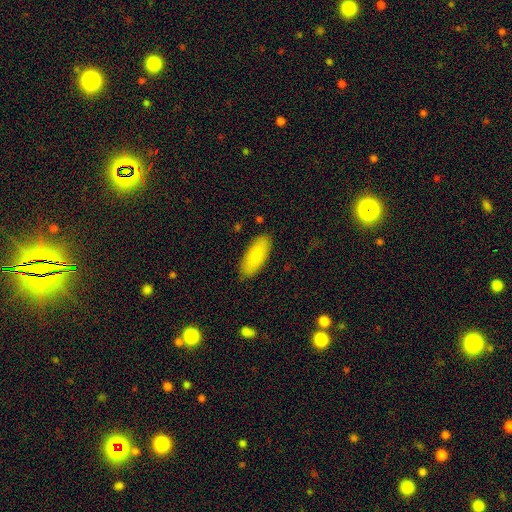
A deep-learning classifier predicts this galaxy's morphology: This is clearly a smooth galaxy (82%). How rounded: clearly in between (81%). Merging: clearly none (86%).